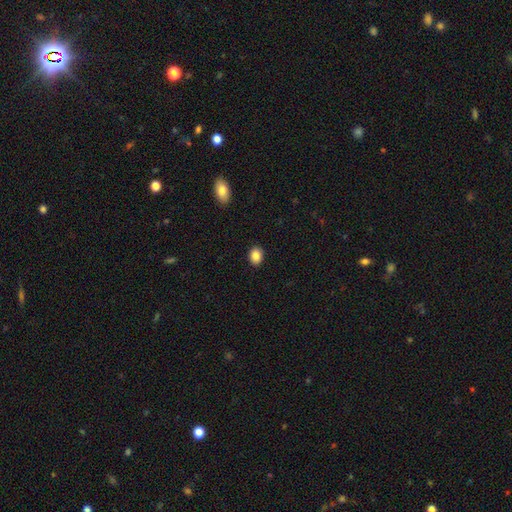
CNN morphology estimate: The model was most divided on "how rounded": in between: 54%, round: 45%, cigar-shaped: 1%. More confident: merging — none (91%); smooth or featured — smooth (86%).